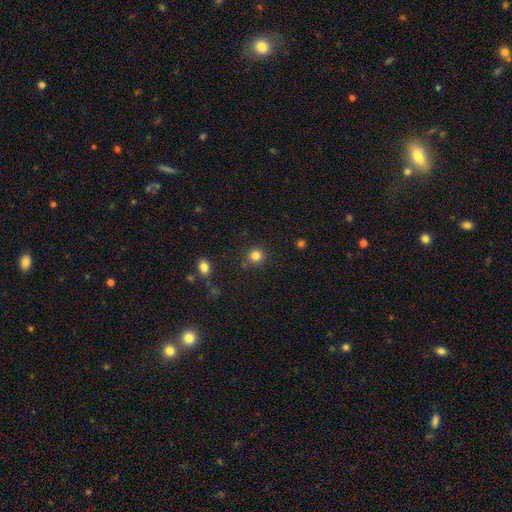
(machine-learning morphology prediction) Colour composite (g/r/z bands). It shows a smooth galaxy with no disk features (82%) that is round (92%). Merging: none (86%).